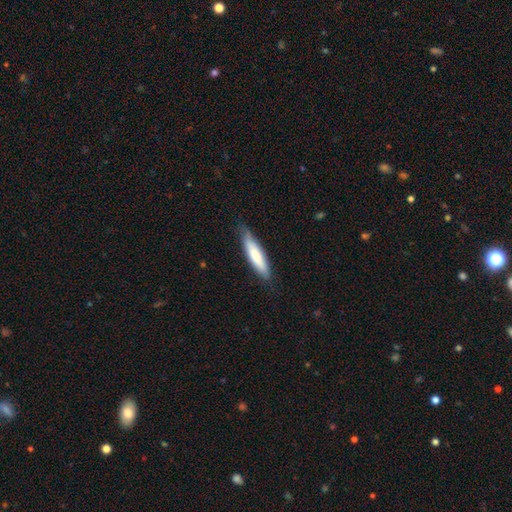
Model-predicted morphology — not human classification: Smooth or featured: smooth — 73% (featured or disk — 22%)
How rounded: cigar-shaped — 75% (in between — 24%)
Merging: none — 76% (minor disturbance — 20%)